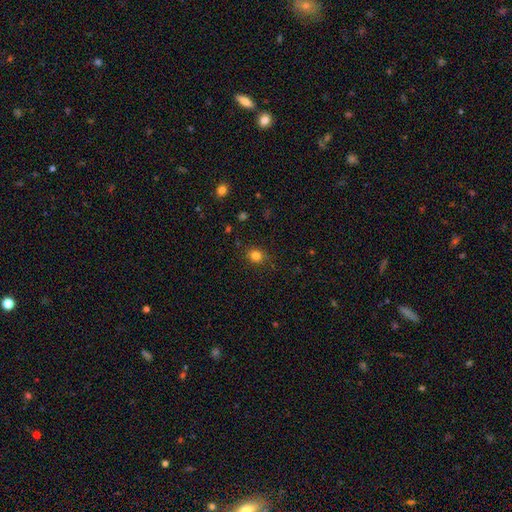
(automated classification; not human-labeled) A smooth galaxy with no disk features (81%) that is round (77%). Merging: none (86%).